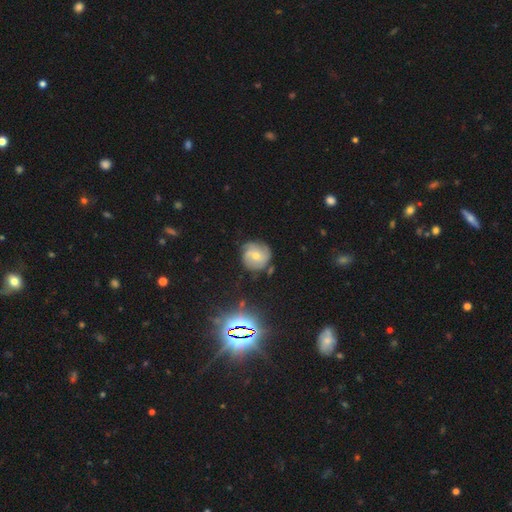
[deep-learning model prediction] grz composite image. It shows a featured or disk galaxy (55%) with no bar (65%), spiral arms (86%) and a moderate central bulge (48%). Merging: none (74%).